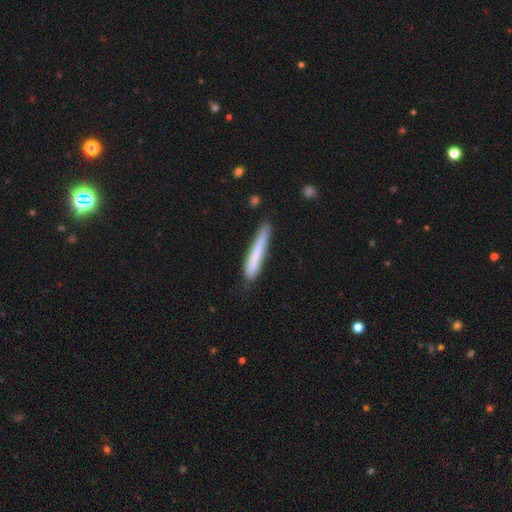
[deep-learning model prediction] Overall: smooth (73%). How rounded: cigar-shaped (95%). Merging: none (75%).